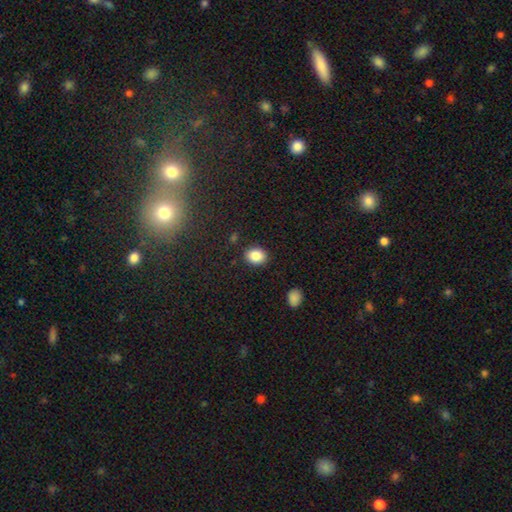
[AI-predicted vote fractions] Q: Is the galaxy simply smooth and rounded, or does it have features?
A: smooth — 86%.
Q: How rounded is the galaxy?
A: in between — 51%.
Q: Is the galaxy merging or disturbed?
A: none — 88%.